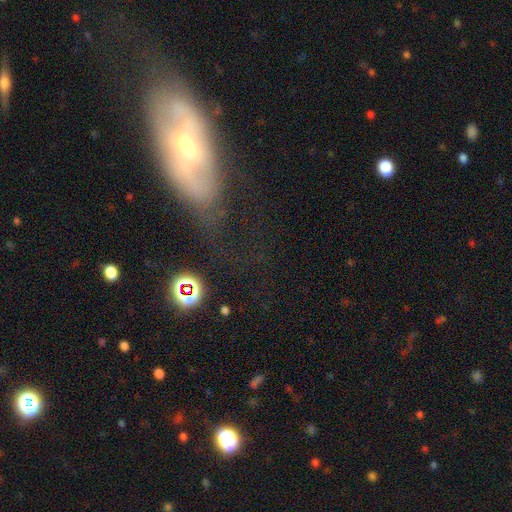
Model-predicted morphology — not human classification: A featured or disk galaxy (48%).

Vote fractions:
- Smooth or featured? featured or disk: 48% / smooth: 31% / star or artifact: 20%
- Merging? none: 54% / minor disturbance: 20% / major disturbance: 20% / merger: 5%